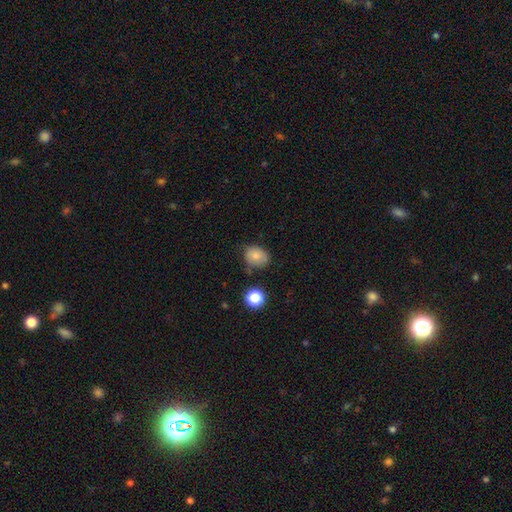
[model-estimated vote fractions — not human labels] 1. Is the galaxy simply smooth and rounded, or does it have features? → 80% smooth, 11% star or artifact, 9% featured or disk.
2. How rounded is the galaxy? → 55% in between, 44% round, 1% cigar-shaped.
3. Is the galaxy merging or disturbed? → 65% none, 26% minor disturbance, 5% major disturbance, 4% merger.